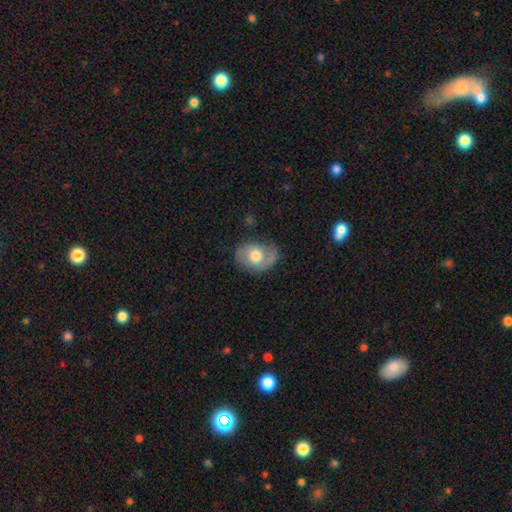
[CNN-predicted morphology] Smooth or featured?
  - featured or disk: 49% *
  - smooth: 44%
  - star or artifact: 7%
Merging?
  - none: 65% *
  - minor disturbance: 24%
  - major disturbance: 9%
  - merger: 2%